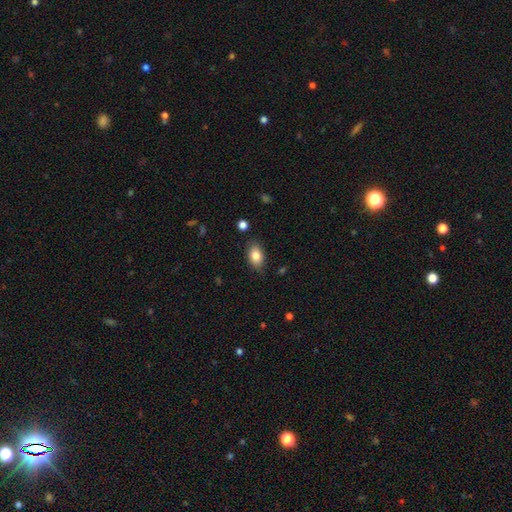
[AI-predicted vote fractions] This appears to be a smooth galaxy with no disk features (82%) that is in between round and cigar-shaped (88%). Merging: none (83%).